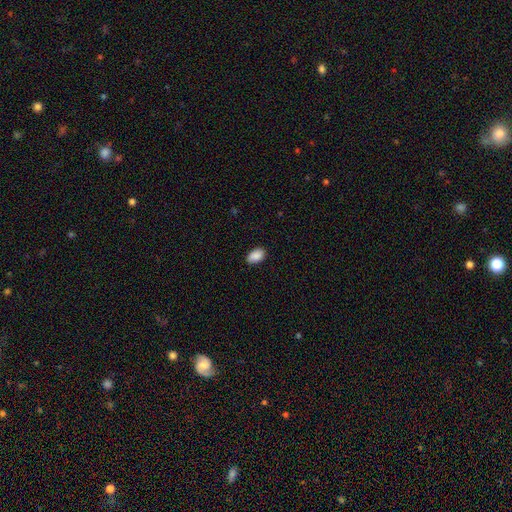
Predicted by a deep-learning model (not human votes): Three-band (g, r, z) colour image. It shows a smooth galaxy with no disk features (90%) that is in between round and cigar-shaped (92%). Merging: none (87%).